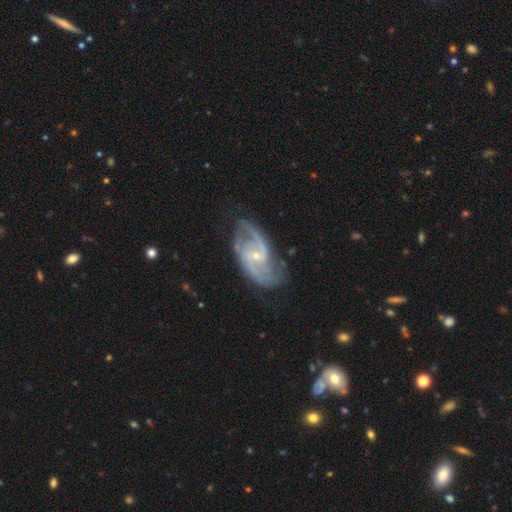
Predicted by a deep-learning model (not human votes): Smooth or featured?
  - featured or disk: 89% *
  - smooth: 6%
  - star or artifact: 5%
Edge-on disk?
  - no: 96% *
  - yes: 4%
Bar?
  - no: 46% *
  - weak: 42%
  - strong: 12%
Spiral arms?
  - yes: 97% *
  - no: 3%
Spiral winding?
  - medium: 53% *
  - tight: 25%
  - loose: 22%
Spiral arm count?
  - 2: 72% *
  - 3: 10%
  - can't tell: 10%
  - 4: 3%
  - 1: 3%
  - more than 4: 3%
Bulge size?
  - small: 77% *
  - moderate: 20%
  - none: 2%
  - large: 1%
  - dominant: 1%
Merging?
  - none: 71% *
  - minor disturbance: 20%
  - major disturbance: 8%
  - merger: 2%